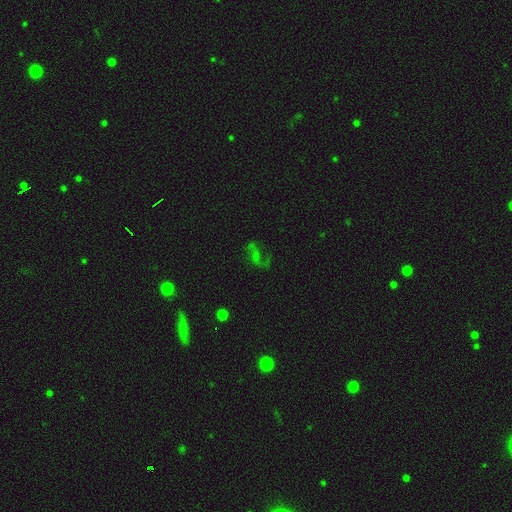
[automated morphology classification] Smooth or featured: featured or disk — 50% (star or artifact — 28%)
Merging: none — 57% (major disturbance — 22%)